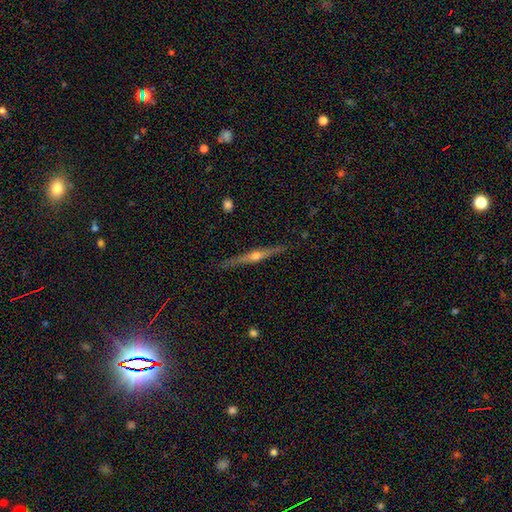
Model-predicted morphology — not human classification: A featured or disk galaxy (79%) viewed edge-on (98%) with a rounded central bulge (93%).

Vote fractions:
- Smooth or featured? featured or disk: 79% / smooth: 14% / star or artifact: 6%
- Edge-on disk? yes: 98% / no: 2%
- Edge-on bulge? rounded: 93% / none: 3% / boxy: 3%
- Merging? none: 88% / minor disturbance: 9% / major disturbance: 2% / merger: 1%